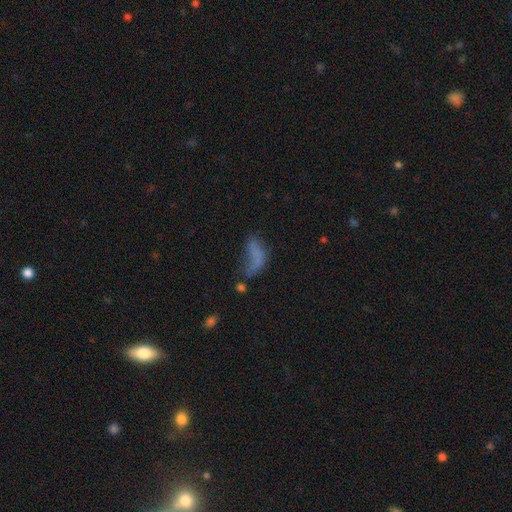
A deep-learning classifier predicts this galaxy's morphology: Smooth or featured: smooth — 54% (featured or disk — 30%)
How rounded: in between — 81% (cigar-shaped — 13%)
Merging: major disturbance — 43% (none — 24%)